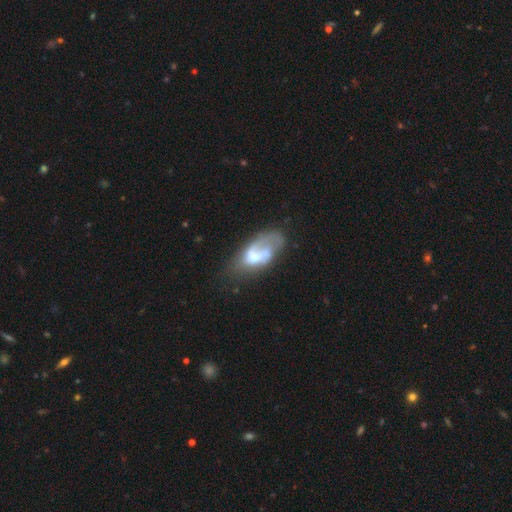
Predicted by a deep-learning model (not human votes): Smooth or featured? Predicted: featured or disk (p=0.53). Edge-on disk? Predicted: no (p=0.95). Bar? Predicted: no (p=0.65). Spiral arms? Predicted: yes (p=0.52). Bulge size? Predicted: moderate (p=0.32). Merging? Predicted: major disturbance (p=0.35).